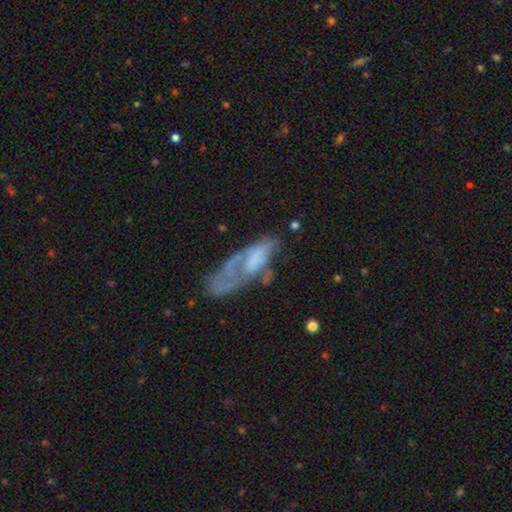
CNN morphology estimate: A featured or disk galaxy (57%). Merging: none (35%).